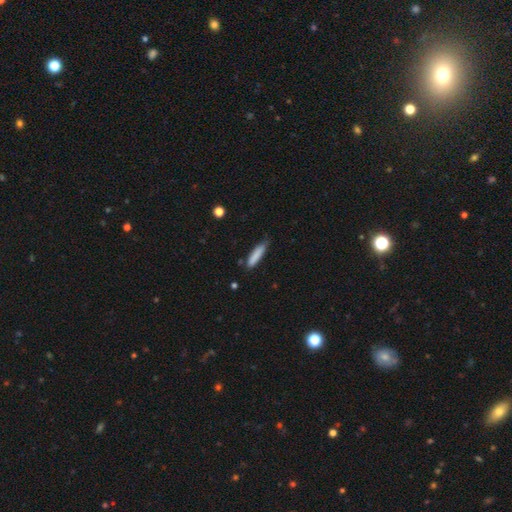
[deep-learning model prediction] A smooth galaxy with no disk features (84%) that is cigar-shaped (84%).

Vote fractions:
- Smooth or featured? smooth: 84% / featured or disk: 10% / star or artifact: 6%
- How rounded? cigar-shaped: 84% / in between: 15% / round: 1%
- Merging? none: 74% / minor disturbance: 21% / major disturbance: 3% / merger: 2%